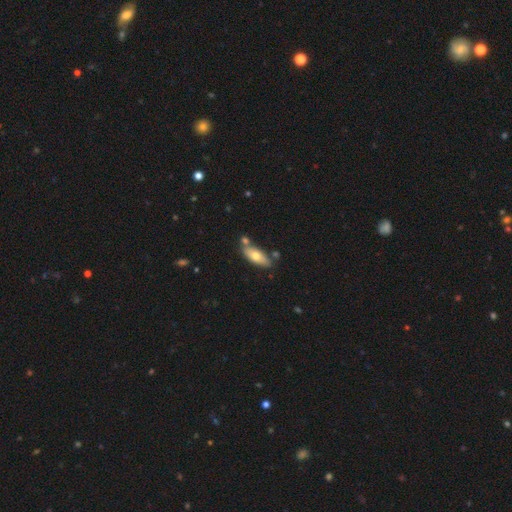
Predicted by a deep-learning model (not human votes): Smooth or featured? Predicted: smooth (p=0.65). How rounded? Predicted: in between (p=0.71). Merging? Predicted: none (p=0.71).